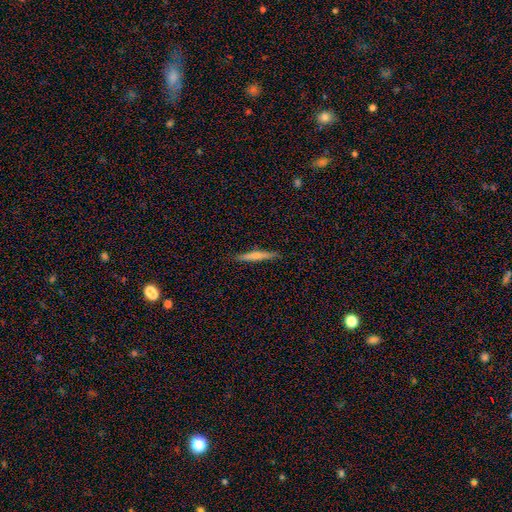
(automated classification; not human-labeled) This is likely a smooth galaxy (60%). How rounded: clearly cigar-shaped (95%). Merging: clearly none (88%).